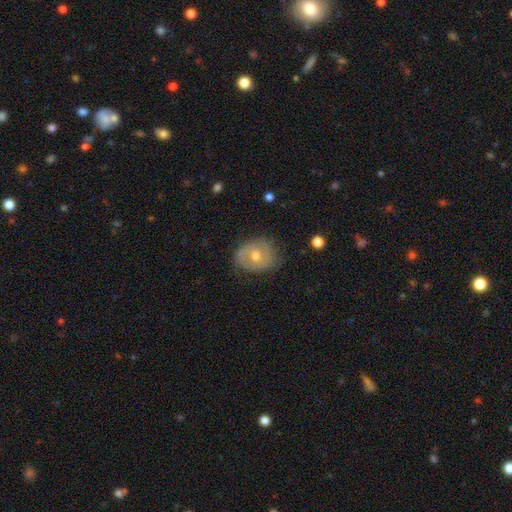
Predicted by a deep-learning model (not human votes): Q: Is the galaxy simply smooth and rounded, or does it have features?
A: featured or disk — 57%.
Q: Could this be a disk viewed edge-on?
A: no — 96%.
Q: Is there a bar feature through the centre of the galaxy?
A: no — 72%.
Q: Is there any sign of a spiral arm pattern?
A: yes — 71%.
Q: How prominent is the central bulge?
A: moderate — 70%.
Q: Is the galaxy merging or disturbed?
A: none — 70%.